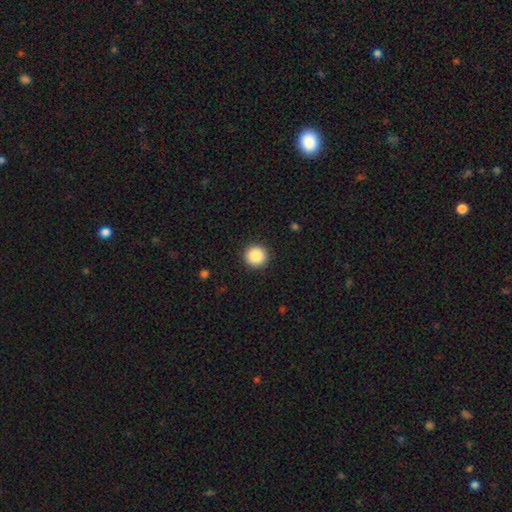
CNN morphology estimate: Smooth or featured? smooth (88%)
How rounded? round (95%)
Merging? none (92%)